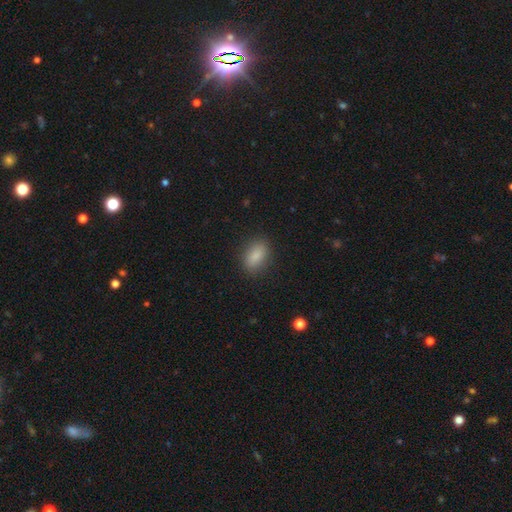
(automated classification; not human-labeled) smooth-or-featured: smooth: 86% | star or artifact: 8% | featured or disk: 6%
  how-rounded: in between: 85% | round: 11% | cigar-shaped: 4%
  merging: none: 86% | minor disturbance: 10% | major disturbance: 3% | merger: 1%